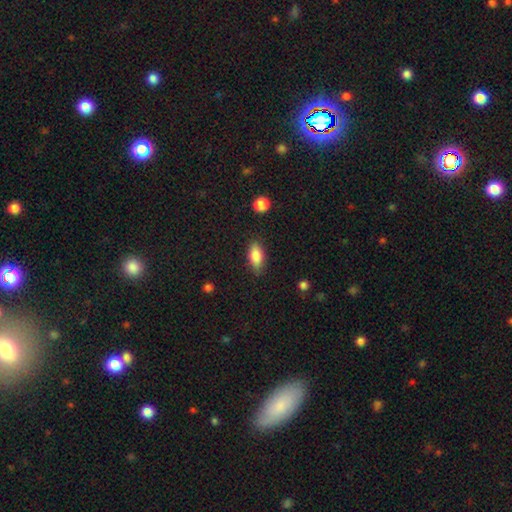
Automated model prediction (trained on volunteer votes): A smooth galaxy with no disk features (83%) that is in between round and cigar-shaped (85%).

Vote fractions:
- Smooth or featured? smooth: 83% / featured or disk: 10% / star or artifact: 7%
- How rounded? in between: 85% / cigar-shaped: 11% / round: 4%
- Merging? none: 83% / minor disturbance: 12% / major disturbance: 3% / merger: 2%